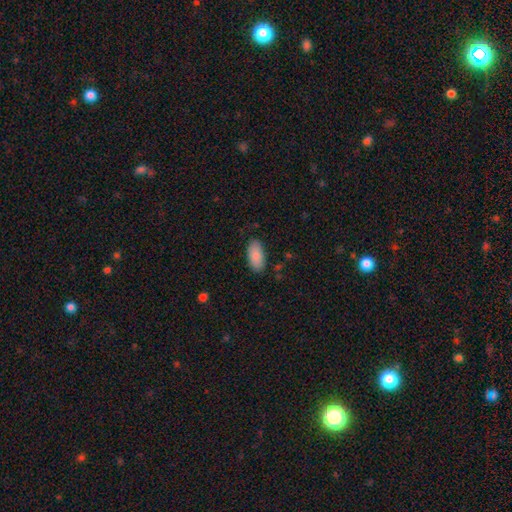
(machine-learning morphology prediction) A smooth galaxy with no disk features (88%) that is in between round and cigar-shaped (93%). Merging: none (85%).